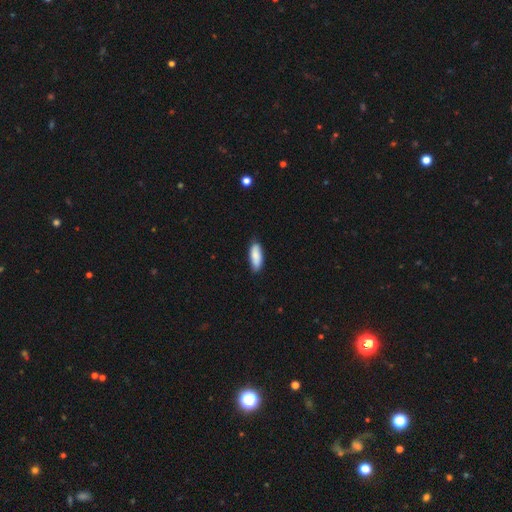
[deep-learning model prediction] A smooth galaxy with no disk features (84%) that is in between round and cigar-shaped (73%). Merging: none (79%).